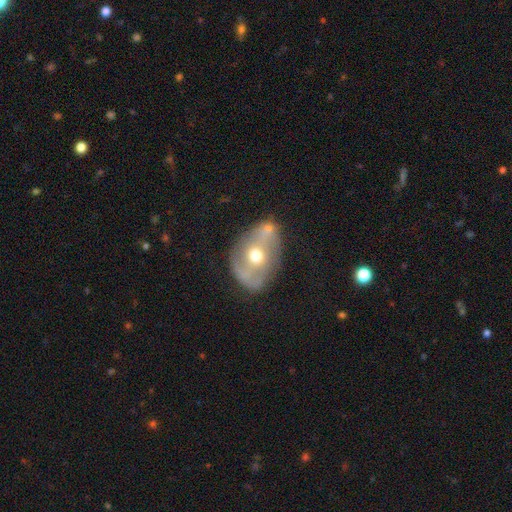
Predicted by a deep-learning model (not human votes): Smooth or featured? featured or disk (65%)
Edge-on disk? no (92%)
Bar? no (56%)
Spiral arms? no (52%)
Bulge size? moderate (76%)
Merging? none (59%)